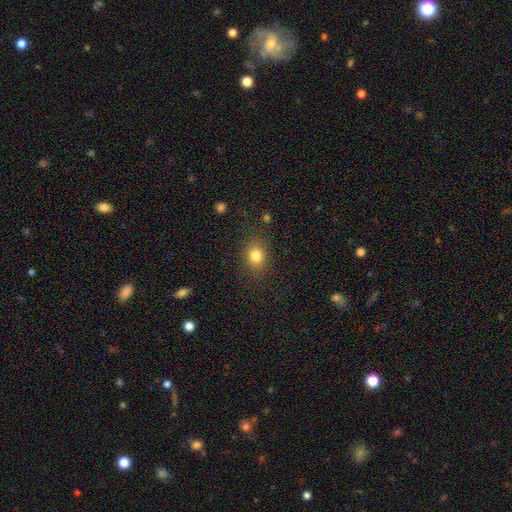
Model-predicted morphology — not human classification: A smooth galaxy with no disk features (81%) that is round (57%).

Vote fractions:
- Smooth or featured? smooth: 81% / star or artifact: 12% / featured or disk: 7%
- How rounded? round: 57% / in between: 42% / cigar-shaped: 1%
- Merging? none: 83% / minor disturbance: 11% / major disturbance: 4% / merger: 1%